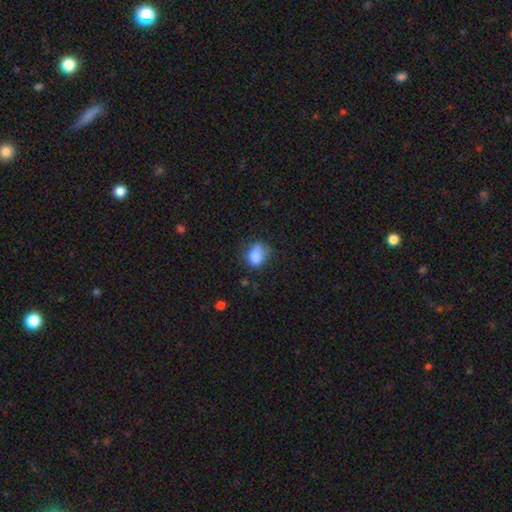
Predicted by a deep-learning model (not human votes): smooth_or_featured: smooth (p=0.80) [alt: star or artifact p=0.10]
how_rounded: in between (p=0.59) [alt: round p=0.40]
merging: none (p=0.47) [alt: minor disturbance p=0.32]